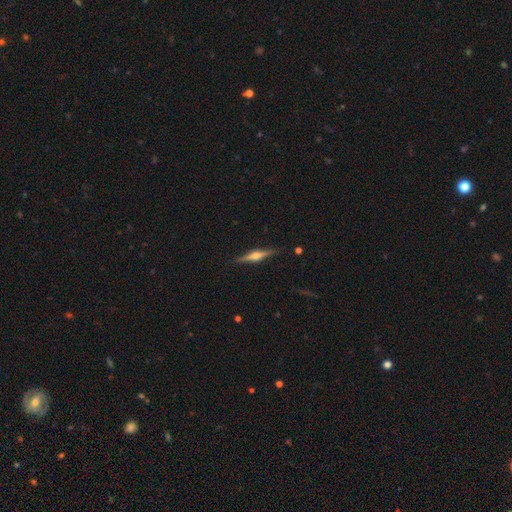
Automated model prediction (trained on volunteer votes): This is likely a featured or disk galaxy (74%). It is clearly viewed edge-on (98%). Edge-on bulge: clearly rounded (91%). Merging: clearly none (89%).